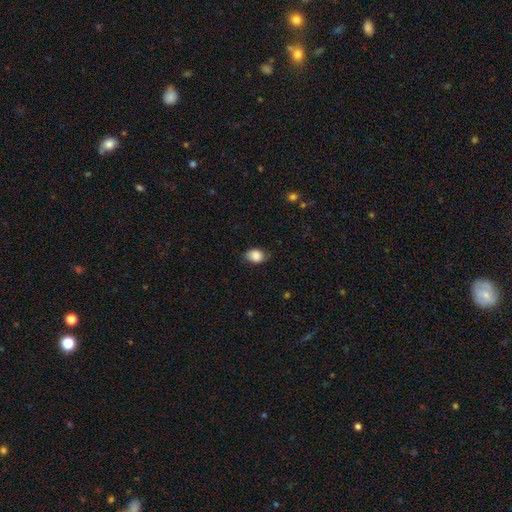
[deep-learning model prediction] Smooth or featured?
  - smooth: 85% *
  - star or artifact: 8%
  - featured or disk: 7%
How rounded?
  - in between: 68% *
  - round: 31%
  - cigar-shaped: 1%
Merging?
  - none: 72% *
  - minor disturbance: 22%
  - major disturbance: 5%
  - merger: 1%